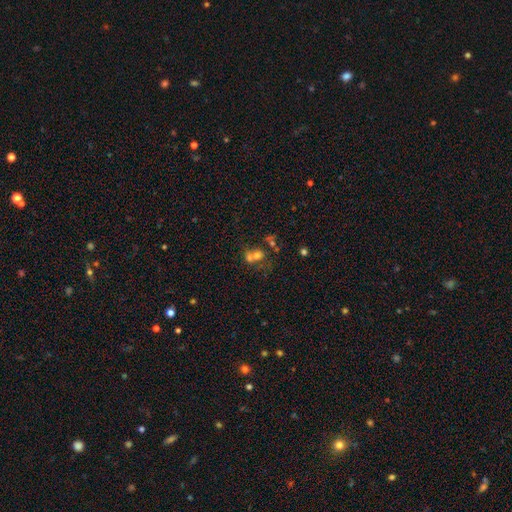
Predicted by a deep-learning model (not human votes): smooth 61%, featured or disk 22%, star or artifact 17%. Down the decision tree: how rounded — round (68%); merging — merger (63%).